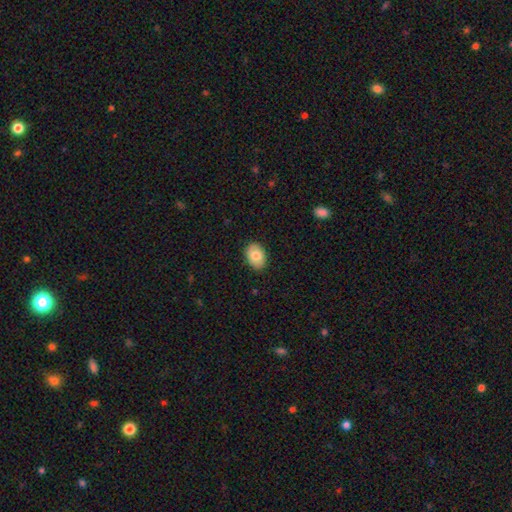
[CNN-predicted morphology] smooth-or-featured: smooth: 77% | featured or disk: 16% | star or artifact: 7%
  how-rounded: in between: 79% | round: 20% | cigar-shaped: 1%
  merging: none: 87% | minor disturbance: 10% | major disturbance: 2% | merger: 1%